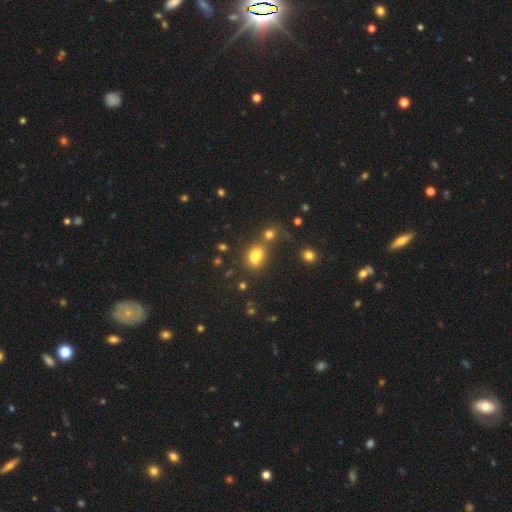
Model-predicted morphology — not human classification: smooth 73%, star or artifact 16%, featured or disk 11%. Down the decision tree: how rounded — in between (66%); merging — merger (42%).